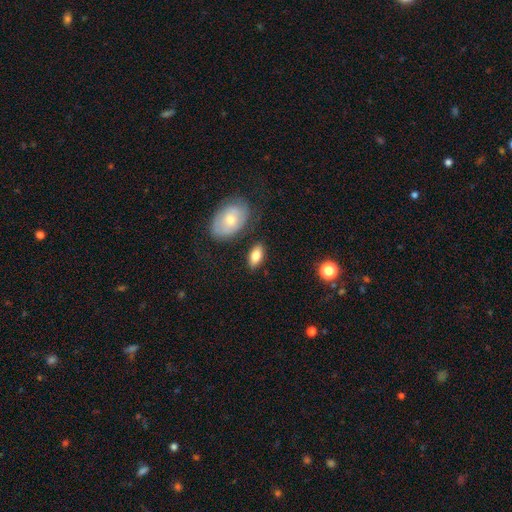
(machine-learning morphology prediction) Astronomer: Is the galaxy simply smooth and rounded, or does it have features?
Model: smooth — 79%.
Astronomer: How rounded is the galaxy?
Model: in between — 91%.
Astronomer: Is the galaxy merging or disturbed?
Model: none — 80%.